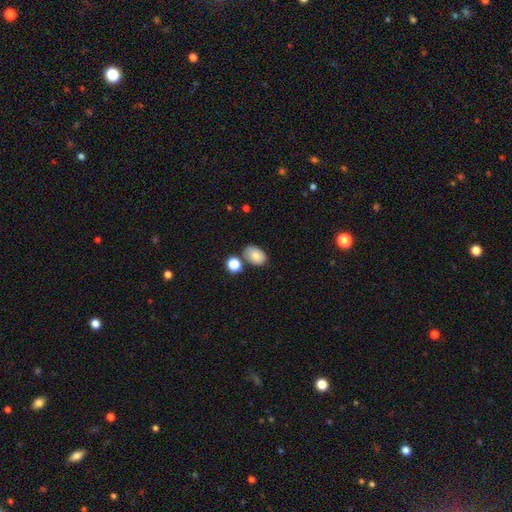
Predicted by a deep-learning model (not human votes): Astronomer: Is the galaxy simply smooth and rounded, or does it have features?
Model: smooth — 81%.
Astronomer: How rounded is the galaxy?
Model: in between — 84%.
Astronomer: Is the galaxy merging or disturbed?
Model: none — 69%.